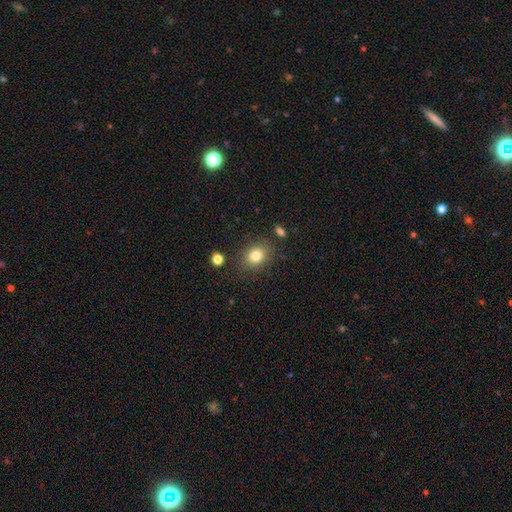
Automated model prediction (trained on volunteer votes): This appears to be a smooth galaxy with no disk features (82%) that is in between round and cigar-shaped (54%). Merging: none (81%).